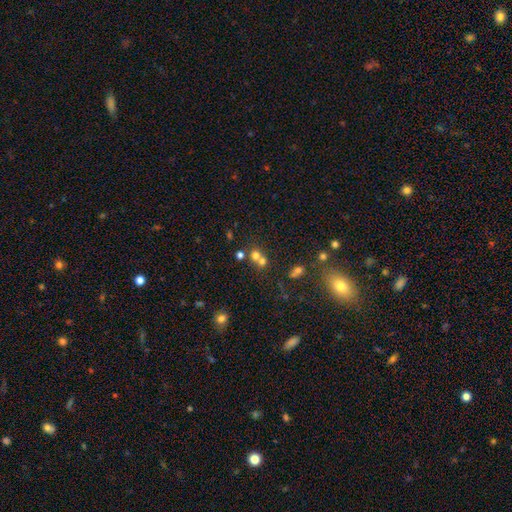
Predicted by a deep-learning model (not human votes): Smooth or featured: smooth — 64% (star or artifact — 21%)
How rounded: round — 80% (in between — 19%)
Merging: merger — 50% (none — 41%)